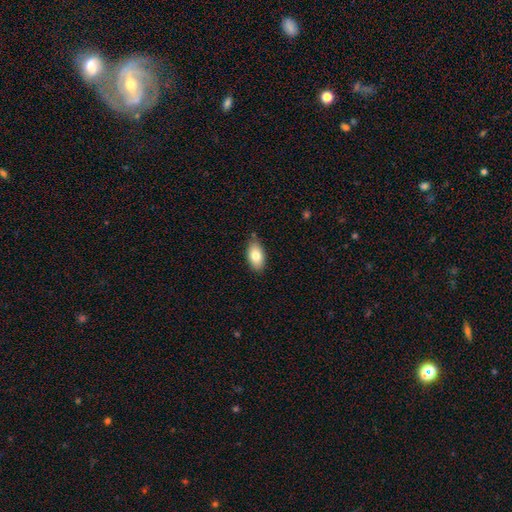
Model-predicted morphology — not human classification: A smooth galaxy with no disk features (80%) that is in between round and cigar-shaped (93%). Merging: none (81%).